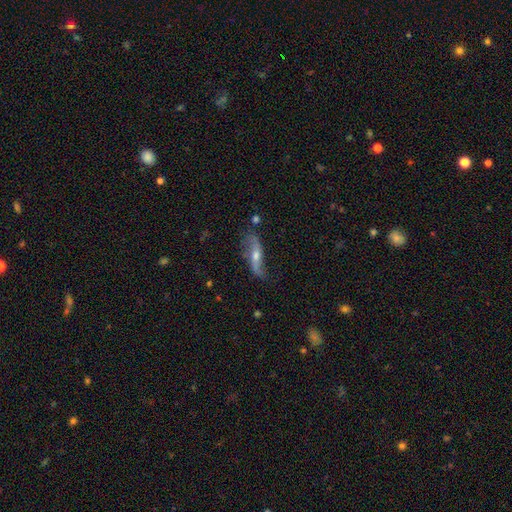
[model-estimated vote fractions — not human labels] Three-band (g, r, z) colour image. It shows a featured or disk galaxy (74%) with no bar (48%), spiral arms (89%) and a moderate central bulge (58%). Merging: none (67%).